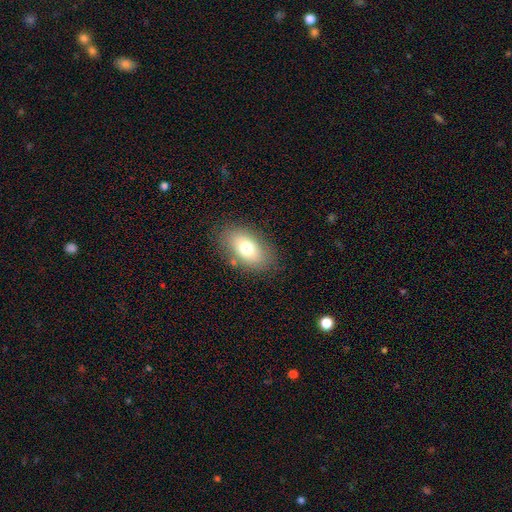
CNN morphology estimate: Smooth or featured: smooth — 71% (featured or disk — 15%)
How rounded: in between — 89% (round — 8%)
Merging: none — 89% (minor disturbance — 7%)